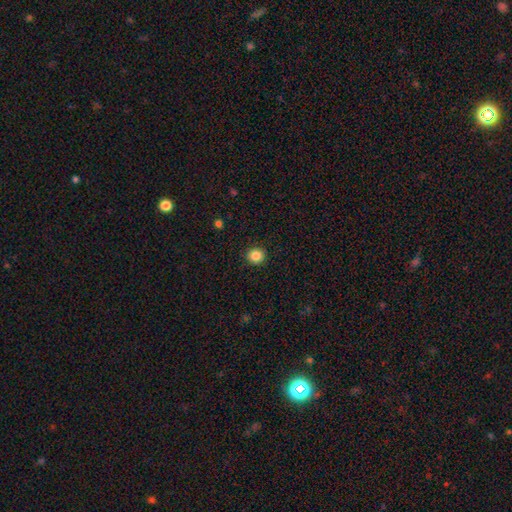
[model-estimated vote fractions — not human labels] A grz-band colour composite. It shows a smooth galaxy with no disk features (86%) that is round (91%). Merging: none (92%).